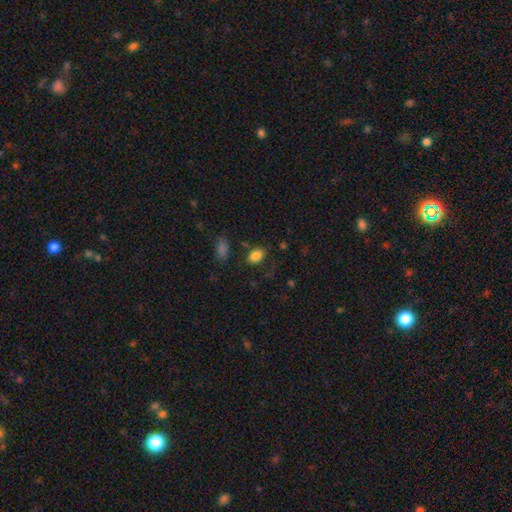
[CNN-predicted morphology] Smooth or featured? Predicted: smooth (p=0.85). How rounded? Predicted: in between (p=0.80). Merging? Predicted: none (p=0.78).